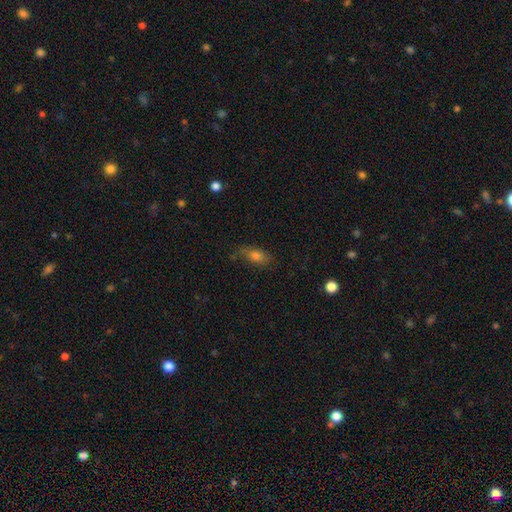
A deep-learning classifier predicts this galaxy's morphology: Q: Smooth or featured?
A: smooth (70%); runner-up: featured or disk (17%)
Q: How rounded?
A: in between (77%); runner-up: cigar-shaped (14%)
Q: Merging?
A: none (70%); runner-up: minor disturbance (21%)